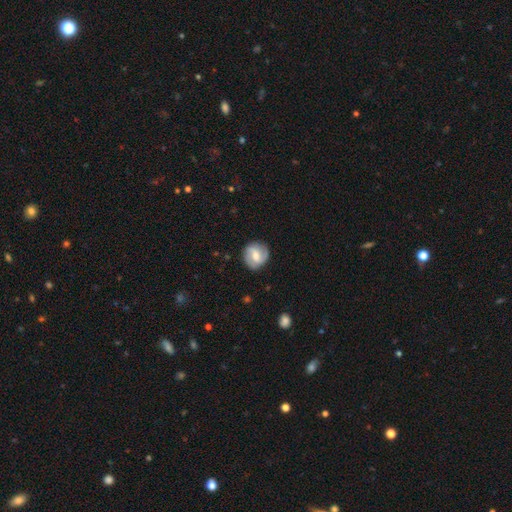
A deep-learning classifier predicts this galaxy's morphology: Overall: featured or disk (63%; smooth 30%). Edge-on disk: no (97%). Bar: weak (50%; strong 28%). Spiral arms: yes (86%). Spiral arm count: 2 (83%). Spiral winding: medium (43%; tight 29%). Bulge size: moderate (61%; small 31%). Merging: none (84%).